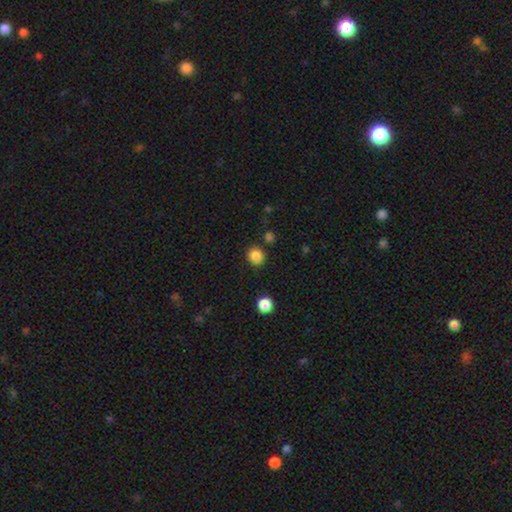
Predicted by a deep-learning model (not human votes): This appears to be a smooth galaxy with no disk features (86%) that is round (85%). Merging: none (85%).